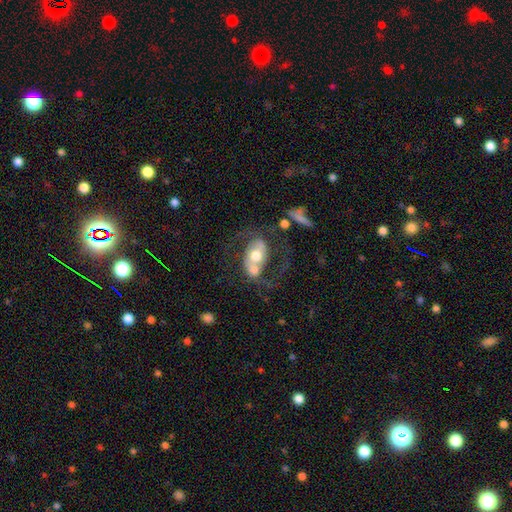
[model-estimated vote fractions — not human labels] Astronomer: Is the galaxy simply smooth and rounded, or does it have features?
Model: featured or disk — 70%.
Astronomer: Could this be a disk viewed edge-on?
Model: no — 95%.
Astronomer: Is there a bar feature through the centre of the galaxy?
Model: no — 52% (runner-up: weak, 29%).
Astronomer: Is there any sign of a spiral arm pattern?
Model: yes — 76%.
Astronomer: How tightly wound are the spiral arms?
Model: loose — 46% (runner-up: medium, 42%).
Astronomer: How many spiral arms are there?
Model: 2 — 86%.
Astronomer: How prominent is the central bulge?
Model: moderate — 68%.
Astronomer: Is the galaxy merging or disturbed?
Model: none — 38% (runner-up: merger, 30%).